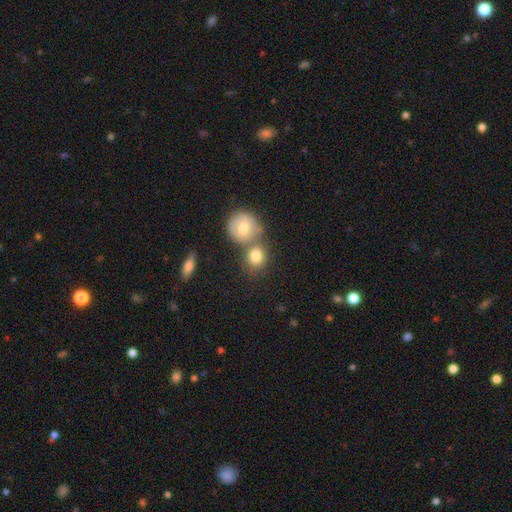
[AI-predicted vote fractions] Q: Smooth or featured?
A: smooth (80%); runner-up: featured or disk (11%)
Q: How rounded?
A: round (76%); runner-up: in between (23%)
Q: Merging?
A: none (49%); runner-up: merger (38%)